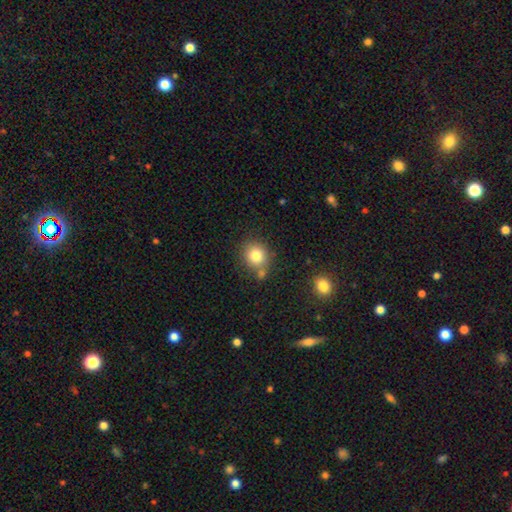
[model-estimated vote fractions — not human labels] The model was most divided on "merging": none: 70%, minor disturbance: 13%, merger: 13%, major disturbance: 4%. More confident: how rounded — round (81%); smooth or featured — smooth (81%).